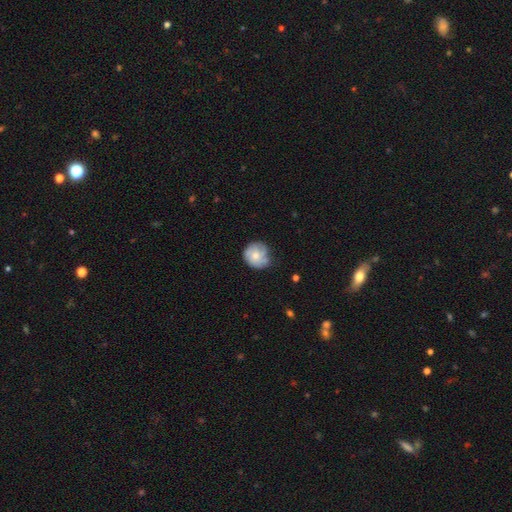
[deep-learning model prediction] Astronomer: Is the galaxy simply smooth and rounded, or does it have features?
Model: smooth — 52% (runner-up: featured or disk, 41%).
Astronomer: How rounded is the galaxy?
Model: round — 84%.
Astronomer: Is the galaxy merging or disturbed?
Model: none — 60%.